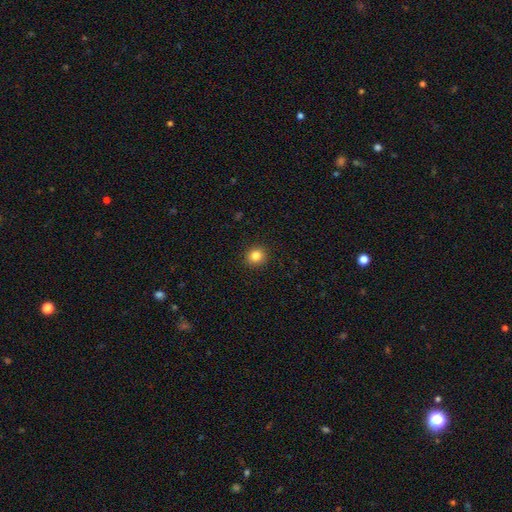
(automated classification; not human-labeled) Q: Smooth or featured?
A: smooth (84%); runner-up: star or artifact (11%)
Q: How rounded?
A: round (85%); runner-up: in between (14%)
Q: Merging?
A: none (92%); runner-up: minor disturbance (6%)